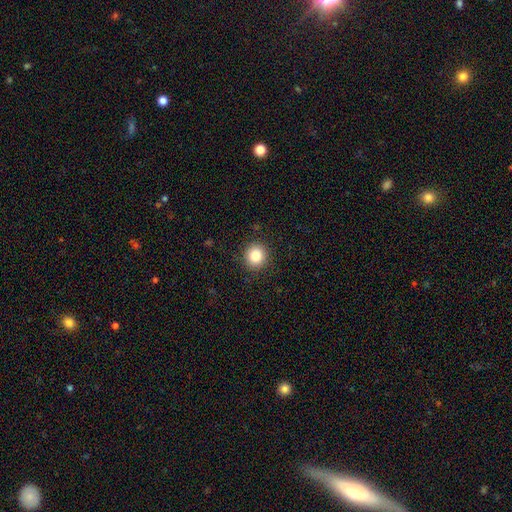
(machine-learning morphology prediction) smooth_or_featured: smooth (p=0.83) [alt: star or artifact p=0.10]
how_rounded: round (p=0.91) [alt: in between p=0.08]
merging: none (p=0.91) [alt: minor disturbance p=0.06]